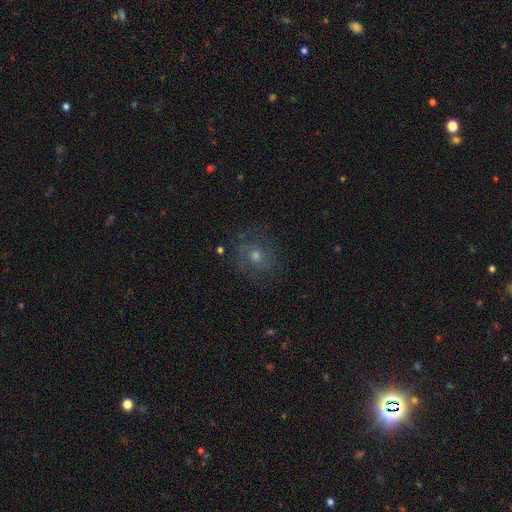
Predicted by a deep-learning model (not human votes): smooth_or_featured: featured or disk (p=0.59) [alt: smooth p=0.23]
disk_edge_on: no (p=0.97) [alt: yes p=0.03]
bar: no (p=0.73) [alt: weak p=0.23]
has_spiral_arms: yes (p=0.85) [alt: no p=0.15]
bulge_size: moderate (p=0.57) [alt: small p=0.34]
merging: none (p=0.78) [alt: minor disturbance p=0.14]